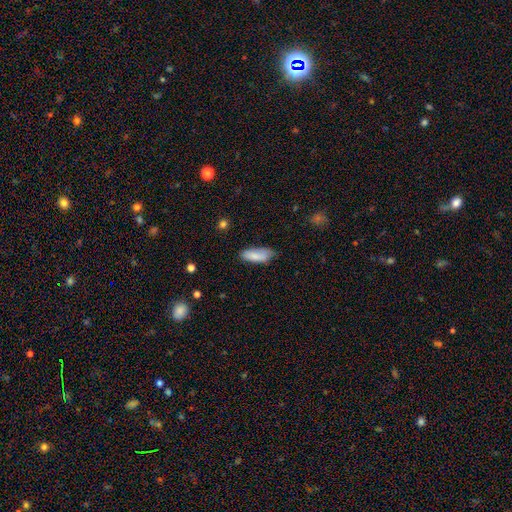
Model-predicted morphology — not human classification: Smooth or featured? smooth (84%)
How rounded? in between (73%)
Merging? none (66%)